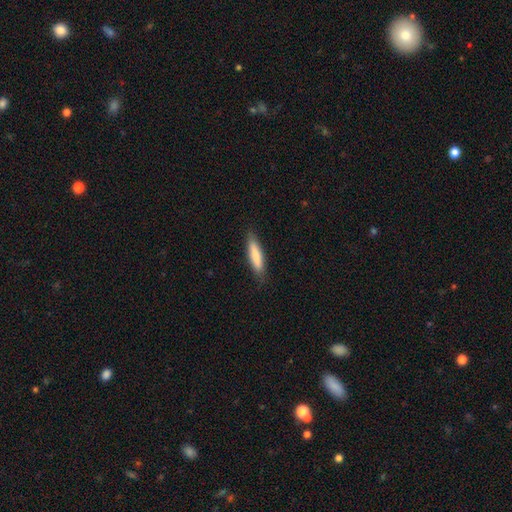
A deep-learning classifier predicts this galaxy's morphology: The model was most divided on "how rounded": cigar-shaped: 80%, in between: 19%, round: 1%. More confident: merging — none (85%); smooth or featured — smooth (81%).